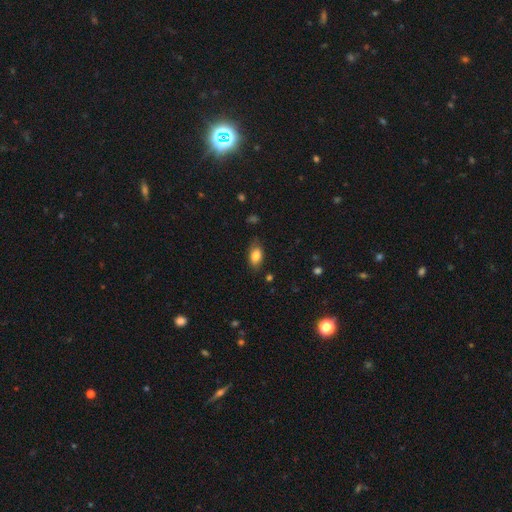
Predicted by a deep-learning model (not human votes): A smooth galaxy with no disk features (82%) that is in between round and cigar-shaped (90%).

Vote fractions:
- Smooth or featured? smooth: 82% / featured or disk: 11% / star or artifact: 8%
- How rounded? in between: 90% / round: 7% / cigar-shaped: 3%
- Merging? none: 76% / minor disturbance: 18% / major disturbance: 4% / merger: 1%